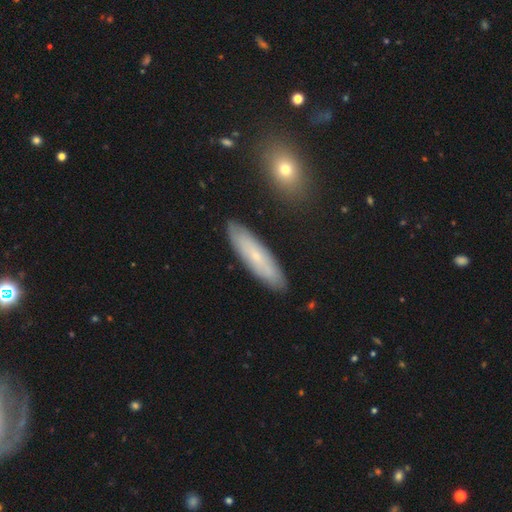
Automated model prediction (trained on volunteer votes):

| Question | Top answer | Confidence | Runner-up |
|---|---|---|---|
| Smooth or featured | smooth | 50% | featured or disk (42%) |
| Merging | none | 88% | minor disturbance (9%) |